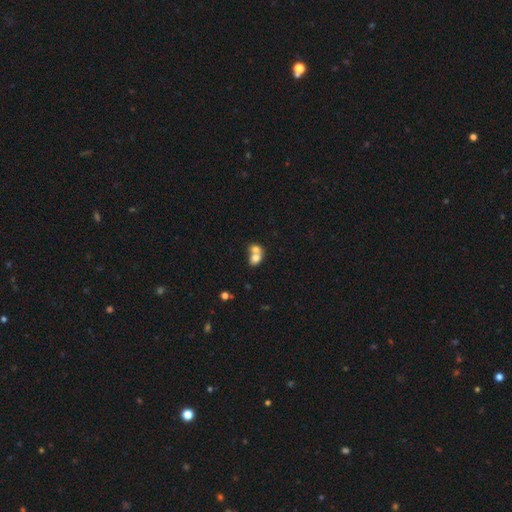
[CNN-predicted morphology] Smooth or featured? Predicted: smooth (p=0.71). How rounded? Predicted: in between (p=0.57). Merging? Predicted: merger (p=0.73).